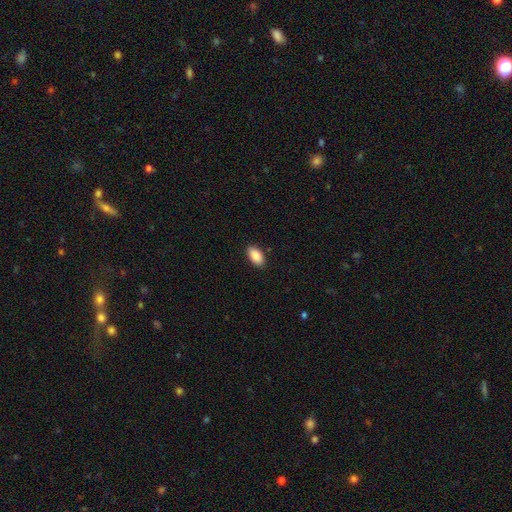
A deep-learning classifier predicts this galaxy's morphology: A smooth galaxy with no disk features (89%) that is in between round and cigar-shaped (94%).

Vote fractions:
- Smooth or featured? smooth: 89% / star or artifact: 7% / featured or disk: 4%
- How rounded? in between: 94% / round: 3% / cigar-shaped: 3%
- Merging? none: 89% / minor disturbance: 8% / major disturbance: 2% / merger: 1%